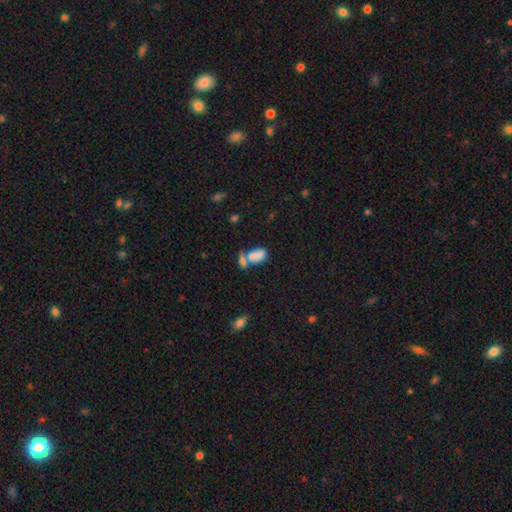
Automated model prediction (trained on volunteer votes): The model was most divided on "merging": merger: 58%, none: 23%, minor disturbance: 11%, major disturbance: 8%. More confident: how rounded — in between (89%); smooth or featured — smooth (76%).